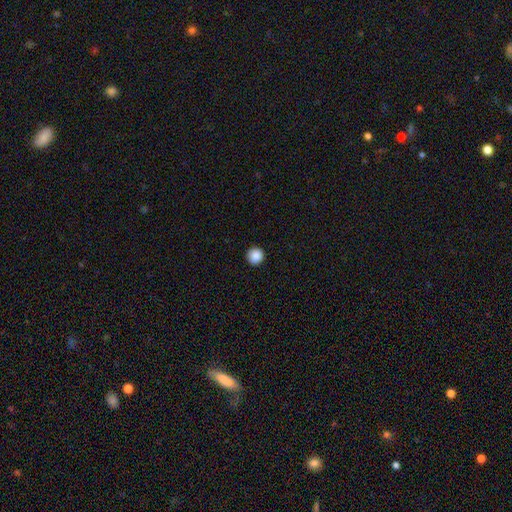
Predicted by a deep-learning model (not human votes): Overall: smooth (88%). How rounded: round (95%). Merging: none (93%).